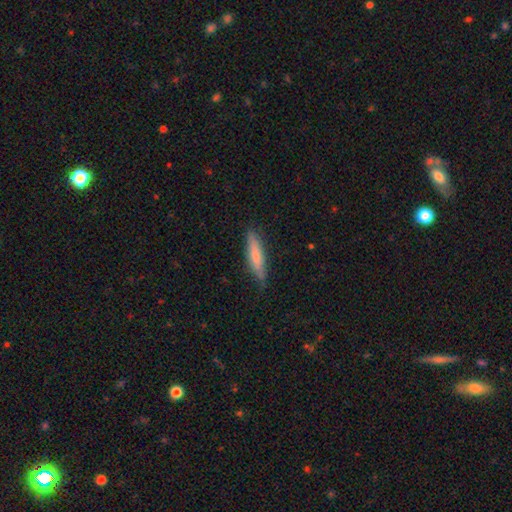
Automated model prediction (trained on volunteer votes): smooth 69%, featured or disk 25%, star or artifact 6%. Down the decision tree: how rounded — cigar-shaped (83%); merging — none (81%).